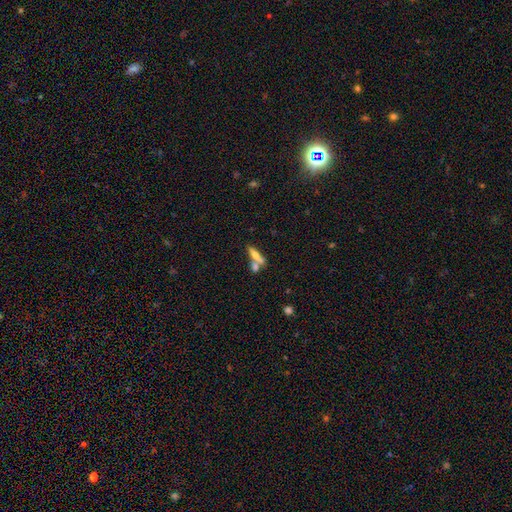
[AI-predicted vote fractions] The model was most divided on "merging": merger: 44%, none: 42%, minor disturbance: 10%, major disturbance: 5%. Remaining: smooth or featured — smooth (48%).